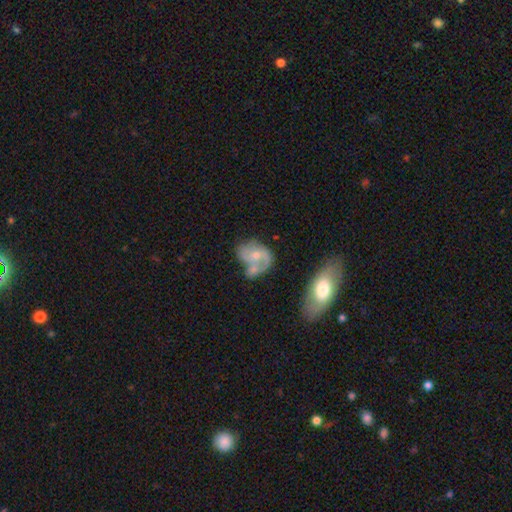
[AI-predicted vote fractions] Overall: featured or disk (61%; smooth 31%). Edge-on disk: no (97%). Bar: no (70%). Spiral arms: yes (72%). Bulge size: moderate (48%; small 45%). Merging: merger (38%; none 28%).